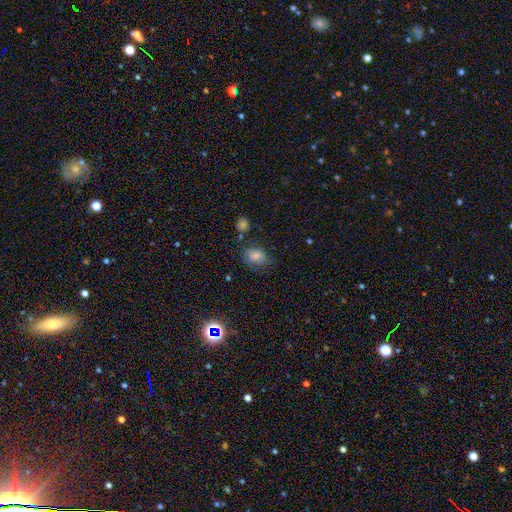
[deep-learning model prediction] The model was most divided on "how rounded": in between: 64%, round: 34%, cigar-shaped: 1%. More confident: smooth or featured — smooth (76%); merging — none (67%).